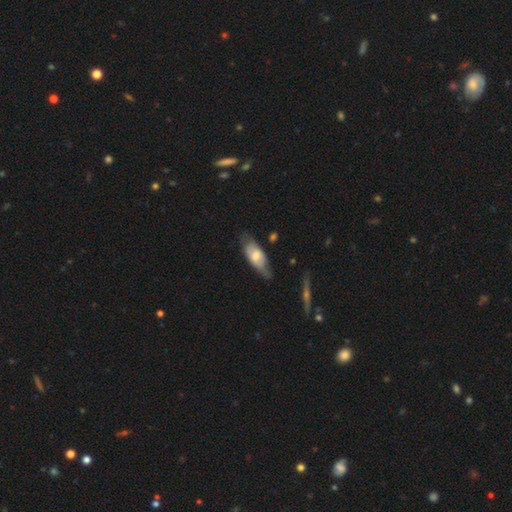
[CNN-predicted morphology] Smooth or featured: smooth — 56% (featured or disk — 38%)
How rounded: in between — 80% (cigar-shaped — 17%)
Merging: none — 59% (minor disturbance — 30%)